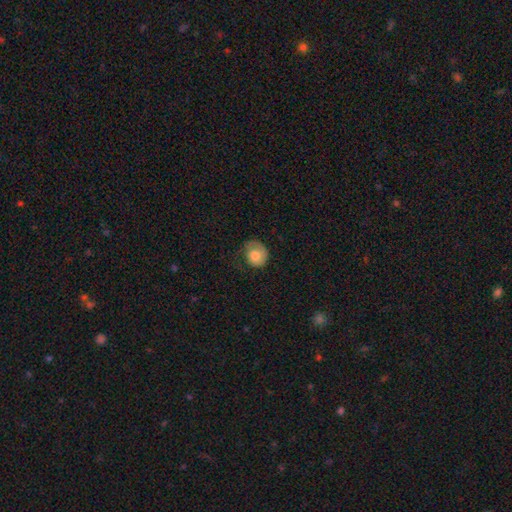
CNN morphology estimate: The model was most divided on "merging": none: 46%, minor disturbance: 27%, major disturbance: 25%, merger: 2%. More confident: how rounded — round (70%); smooth or featured — smooth (66%).